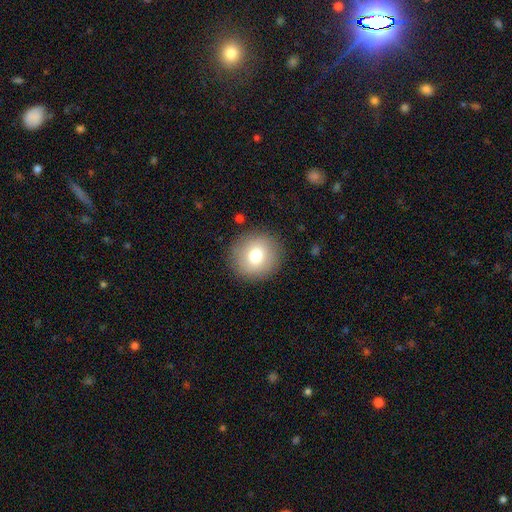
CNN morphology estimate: The model was most divided on "smooth or featured": smooth: 77%, featured or disk: 14%, star or artifact: 9%. More confident: how rounded — round (92%); merging — none (89%).